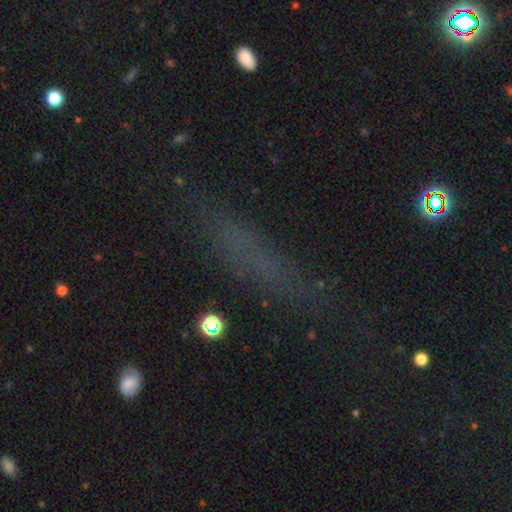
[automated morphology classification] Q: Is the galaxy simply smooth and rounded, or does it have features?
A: smooth — 47%.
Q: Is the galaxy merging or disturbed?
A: none — 66%.